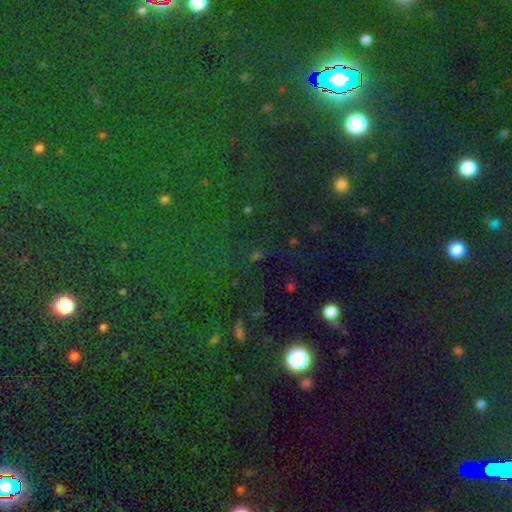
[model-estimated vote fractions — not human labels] Smooth or featured? Predicted: star or artifact (p=0.63).